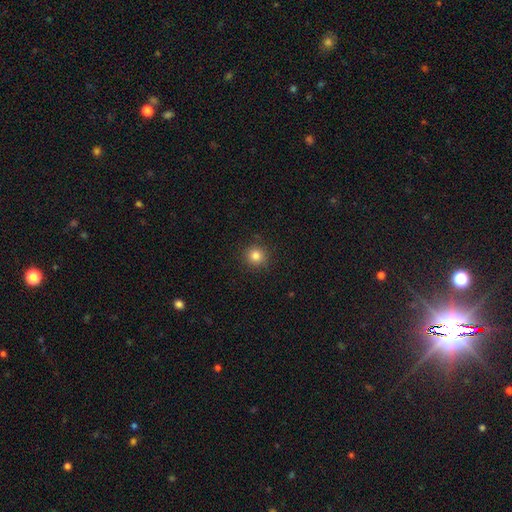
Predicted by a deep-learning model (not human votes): A smooth galaxy with no disk features (82%) that is round (94%).

Vote fractions:
- Smooth or featured? smooth: 82% / star or artifact: 12% / featured or disk: 6%
- How rounded? round: 94% / in between: 5% / cigar-shaped: 1%
- Merging? none: 90% / minor disturbance: 7% / major disturbance: 2% / merger: 1%